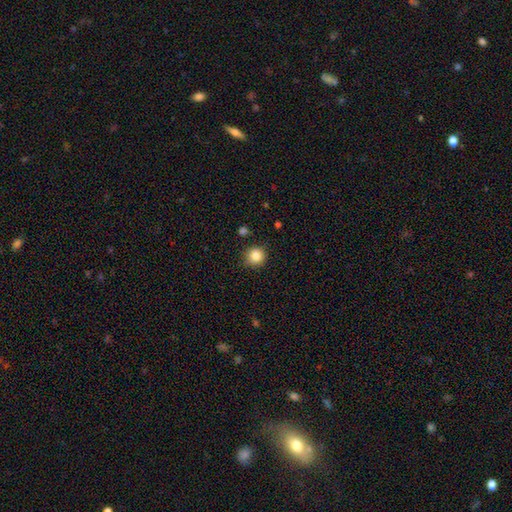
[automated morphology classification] The model was most divided on "smooth or featured": smooth: 85%, star or artifact: 10%, featured or disk: 5%. More confident: how rounded — round (92%); merging — none (85%).